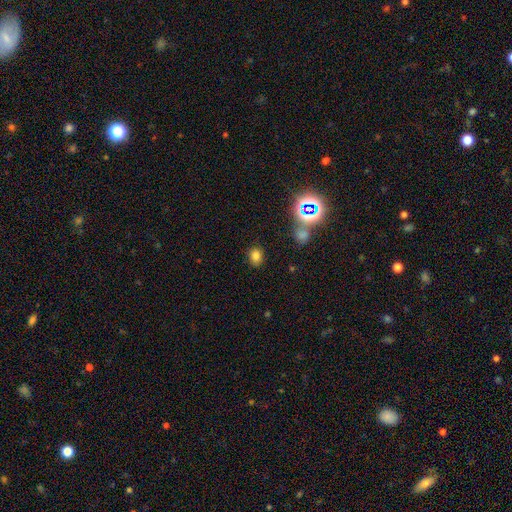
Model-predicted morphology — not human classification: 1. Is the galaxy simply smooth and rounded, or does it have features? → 72% smooth, 21% star or artifact, 7% featured or disk.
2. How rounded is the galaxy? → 50% in between, 49% round, 1% cigar-shaped.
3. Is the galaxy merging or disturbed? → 83% none, 10% minor disturbance, 4% major disturbance, 3% merger.